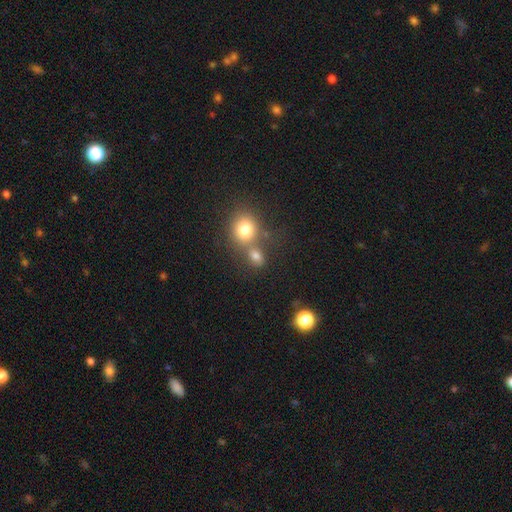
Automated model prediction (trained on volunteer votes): The model was most divided on "how rounded": round: 51%, in between: 47%, cigar-shaped: 2%. Remaining: smooth or featured — smooth (75%); merging — none (49%).